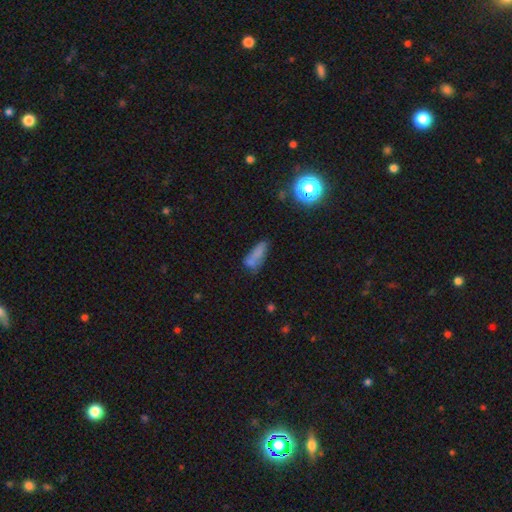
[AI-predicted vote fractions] This is likely a smooth galaxy (67%). How rounded: likely in between (62%). Merging: marginally none (42%).